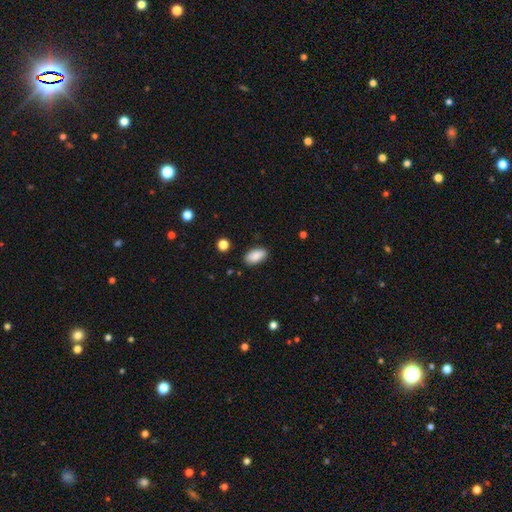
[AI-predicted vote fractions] This is clearly a smooth galaxy (87%). How rounded: clearly in between (94%). Merging: clearly none (85%).